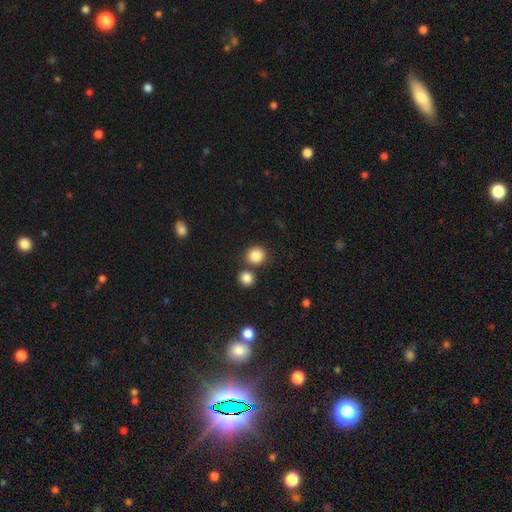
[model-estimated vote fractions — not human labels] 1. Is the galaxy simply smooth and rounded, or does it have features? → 85% smooth, 10% star or artifact, 5% featured or disk.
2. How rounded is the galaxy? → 88% round, 11% in between, 1% cigar-shaped.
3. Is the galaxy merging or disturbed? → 75% none, 15% merger, 8% minor disturbance, 3% major disturbance.